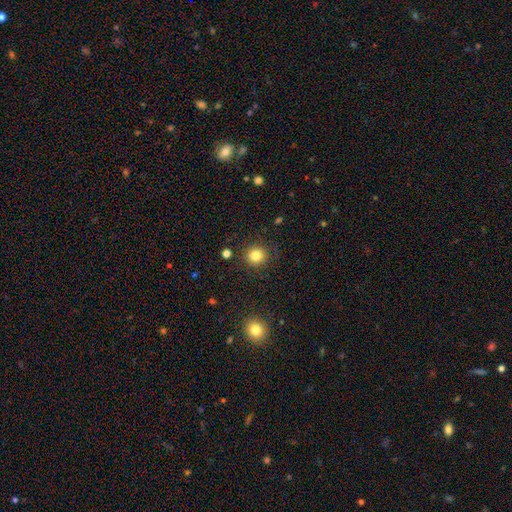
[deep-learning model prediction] A smooth galaxy with no disk features (82%) that is round (90%). Merging: none (87%).